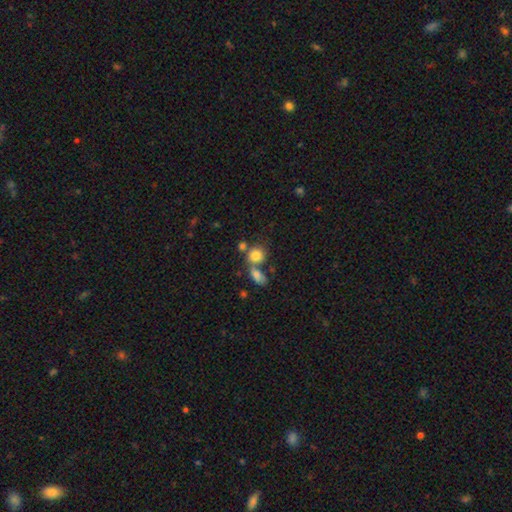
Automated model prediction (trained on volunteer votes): This appears to be a smooth galaxy with no disk features (80%) that is round (74%). Merging: none (45%).